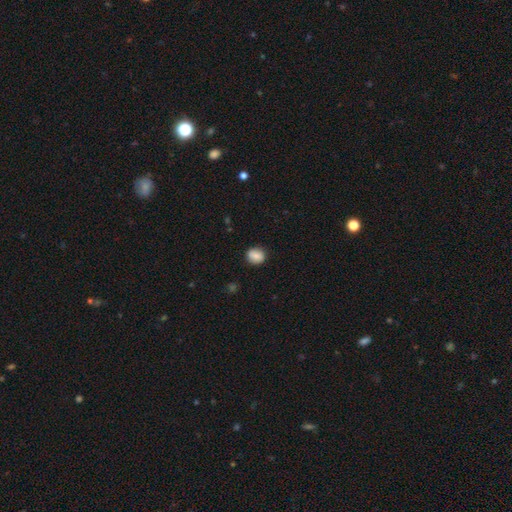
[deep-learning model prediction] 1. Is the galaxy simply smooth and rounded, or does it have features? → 84% smooth, 9% star or artifact, 7% featured or disk.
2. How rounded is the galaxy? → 64% round, 35% in between, 1% cigar-shaped.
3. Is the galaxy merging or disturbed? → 83% none, 13% minor disturbance, 3% major disturbance, 2% merger.